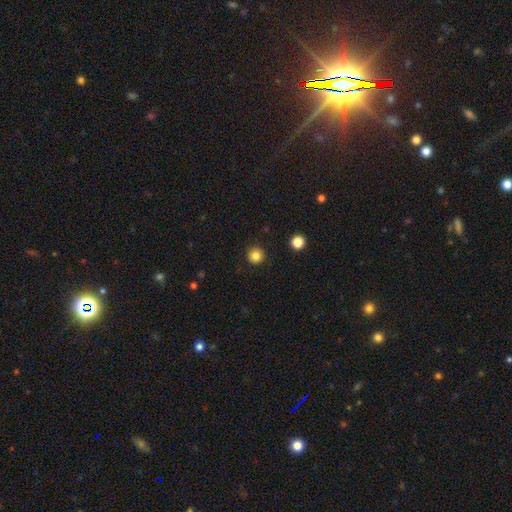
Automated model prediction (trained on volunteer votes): The model was most divided on "smooth or featured": smooth: 84%, star or artifact: 12%, featured or disk: 4%. More confident: how rounded — round (96%); merging — none (93%).